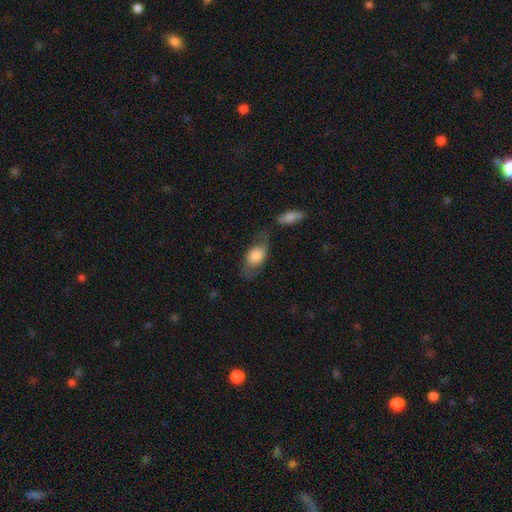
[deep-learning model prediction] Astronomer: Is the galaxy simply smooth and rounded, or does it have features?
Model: smooth — 64%.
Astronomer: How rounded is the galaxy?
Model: in between — 86%.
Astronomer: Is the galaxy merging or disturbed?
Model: none — 47% (runner-up: minor disturbance, 25%).